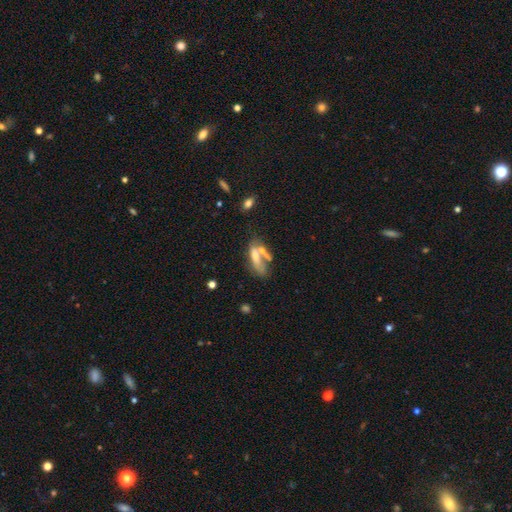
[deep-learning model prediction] Smooth or featured: smooth — 53% (featured or disk — 37%)
How rounded: in between — 60% (cigar-shaped — 35%)
Merging: merger — 42% (none — 31%)